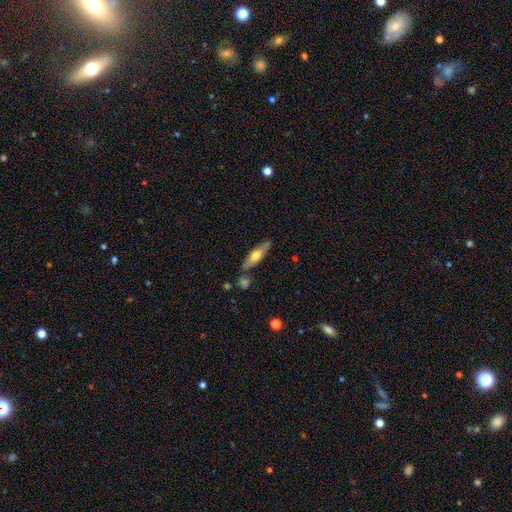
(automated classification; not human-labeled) Q: Smooth or featured?
A: smooth (53%); runner-up: featured or disk (41%)
Q: How rounded?
A: cigar-shaped (50%); runner-up: in between (47%)
Q: Merging?
A: none (72%); runner-up: minor disturbance (16%)